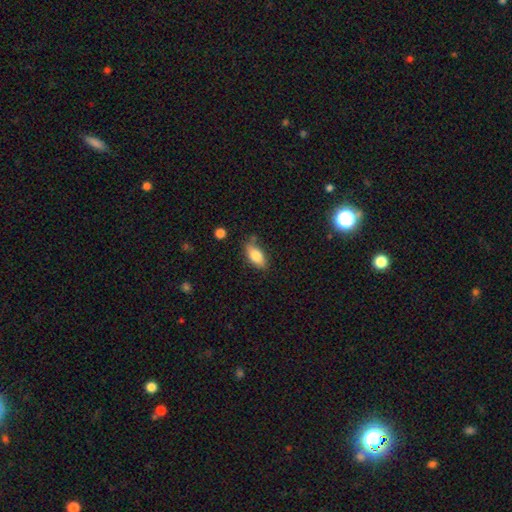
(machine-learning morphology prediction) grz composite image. It shows a smooth galaxy with no disk features (78%) that is in between round and cigar-shaped (84%). Merging: none (72%).